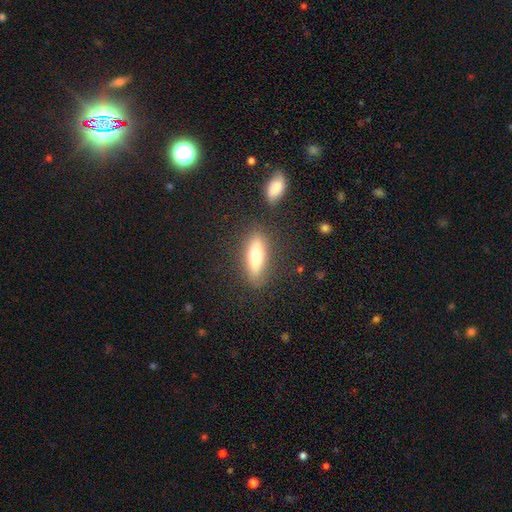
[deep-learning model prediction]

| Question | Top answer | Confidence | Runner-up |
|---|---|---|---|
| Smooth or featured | smooth | 67% | featured or disk (26%) |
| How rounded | in between | 54% | cigar-shaped (43%) |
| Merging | none | 82% | minor disturbance (11%) |